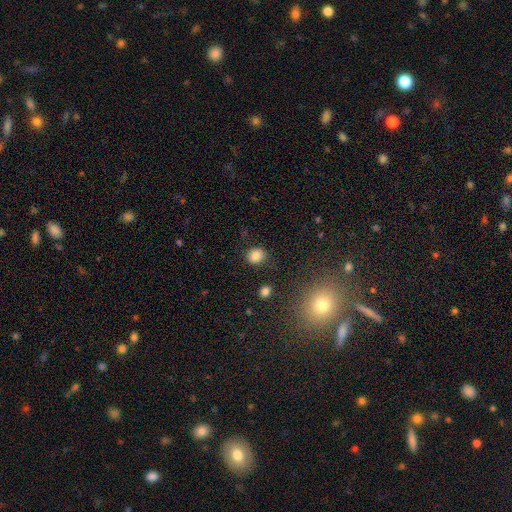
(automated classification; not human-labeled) Morphology: type=smooth (83%); roundness=round (79%); merging=none (86%).